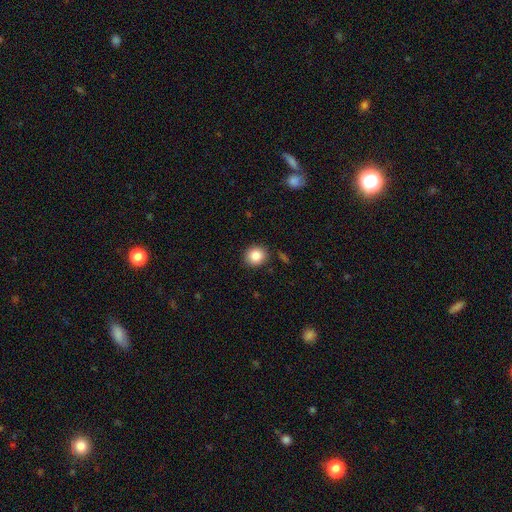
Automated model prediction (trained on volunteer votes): Morphology: type=smooth (86%); roundness=round (85%); merging=none (88%).